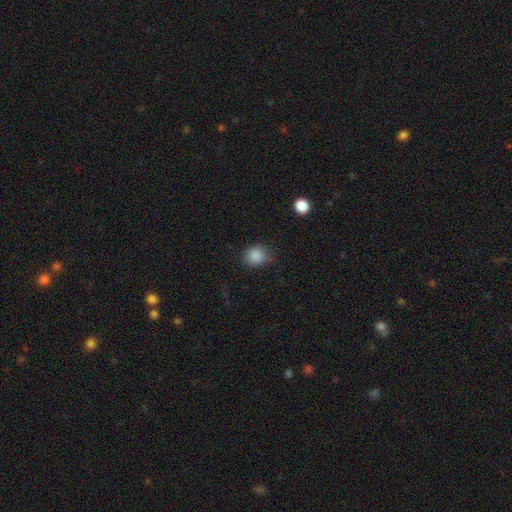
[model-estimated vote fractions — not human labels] smooth-or-featured: smooth: 86% | star or artifact: 10% | featured or disk: 4%
  how-rounded: round: 74% | in between: 25% | cigar-shaped: 1%
  merging: none: 76% | minor disturbance: 18% | major disturbance: 5% | merger: 1%